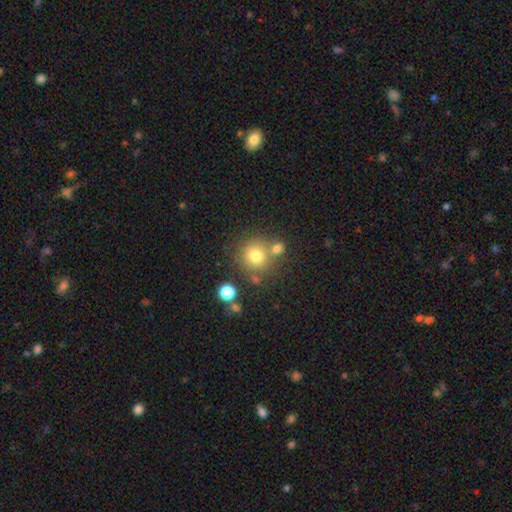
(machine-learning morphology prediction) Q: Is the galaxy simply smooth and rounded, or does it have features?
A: smooth — 75%.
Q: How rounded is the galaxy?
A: round — 91%.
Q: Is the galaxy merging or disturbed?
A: none — 66%.